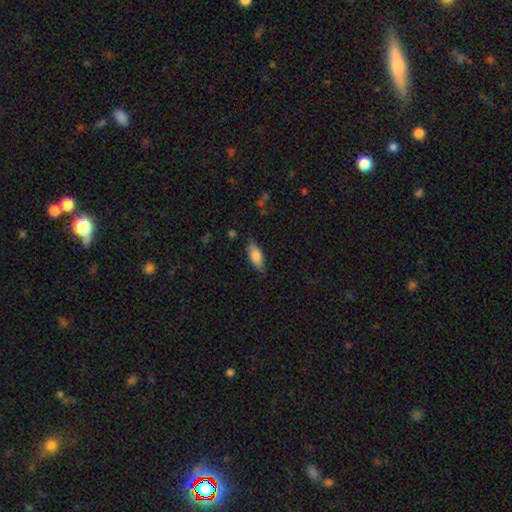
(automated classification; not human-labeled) This appears to be a smooth galaxy with no disk features (81%) that is in between round and cigar-shaped (80%). Merging: none (81%).